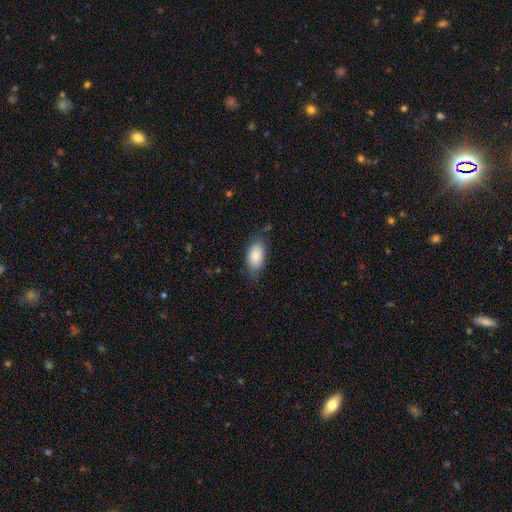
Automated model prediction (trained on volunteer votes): Smooth or featured? smooth (85%)
How rounded? in between (93%)
Merging? none (68%)